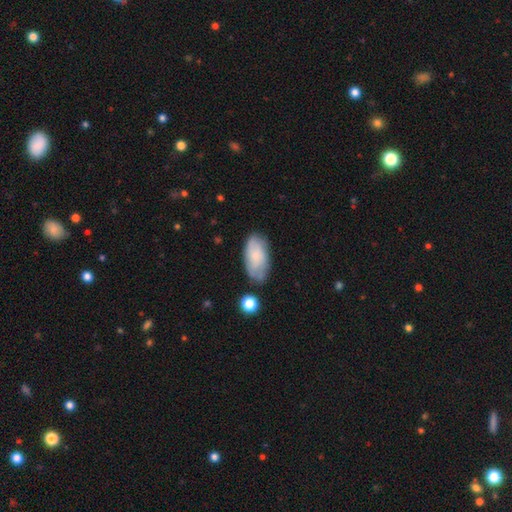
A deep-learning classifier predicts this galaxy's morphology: Smooth or featured? smooth (63%)
How rounded? in between (93%)
Merging? none (65%)